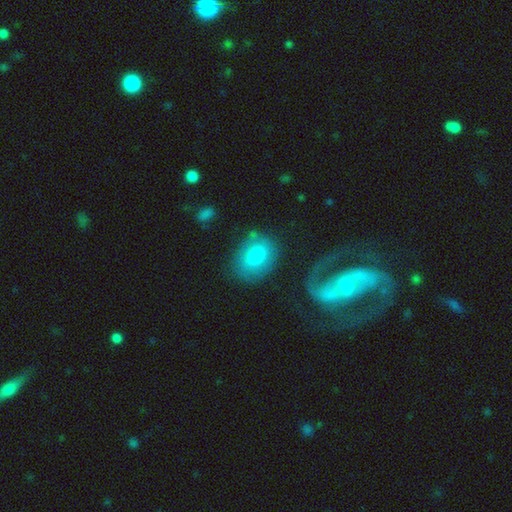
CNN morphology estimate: Q: Smooth or featured?
A: smooth (74%); runner-up: featured or disk (19%)
Q: How rounded?
A: in between (64%); runner-up: round (35%)
Q: Merging?
A: none (67%); runner-up: minor disturbance (20%)